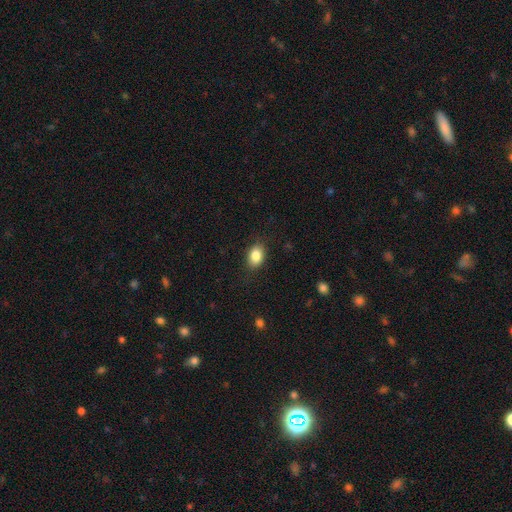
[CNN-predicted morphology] Overall: smooth (85%). How rounded: in between (81%). Merging: none (85%).